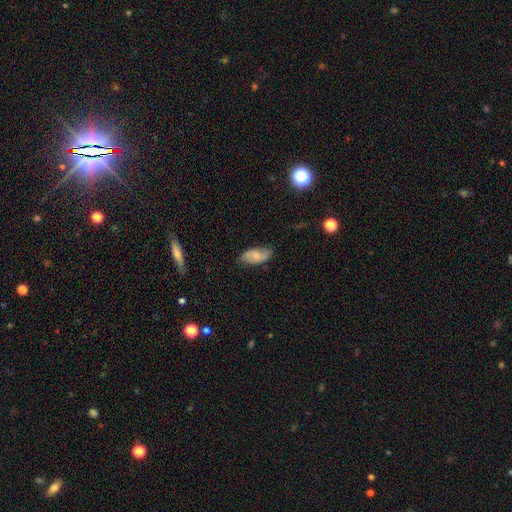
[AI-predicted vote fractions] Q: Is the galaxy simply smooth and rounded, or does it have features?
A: smooth — 63%.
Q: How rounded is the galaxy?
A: in between — 92%.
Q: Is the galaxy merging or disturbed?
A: none — 74%.